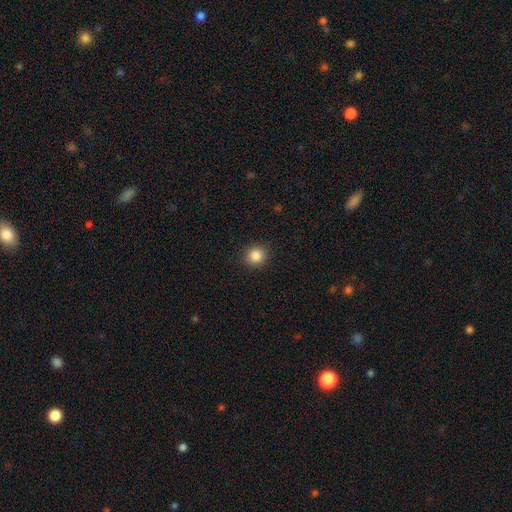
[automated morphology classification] This is clearly a smooth galaxy (86%). How rounded: clearly round (88%). Merging: clearly none (91%).